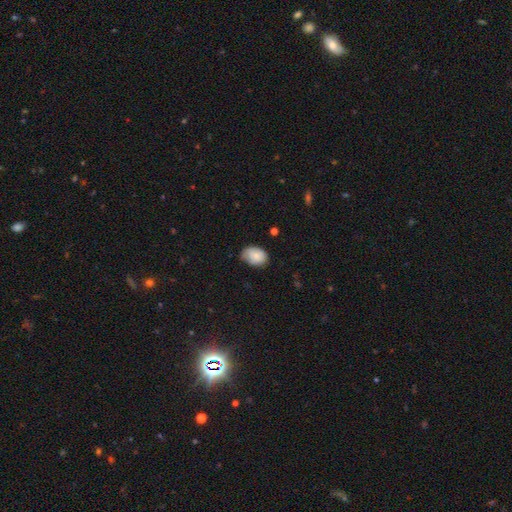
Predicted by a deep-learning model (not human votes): smooth 78%, featured or disk 15%, star or artifact 7%. Down the decision tree: how rounded — in between (78%); merging — none (56%).